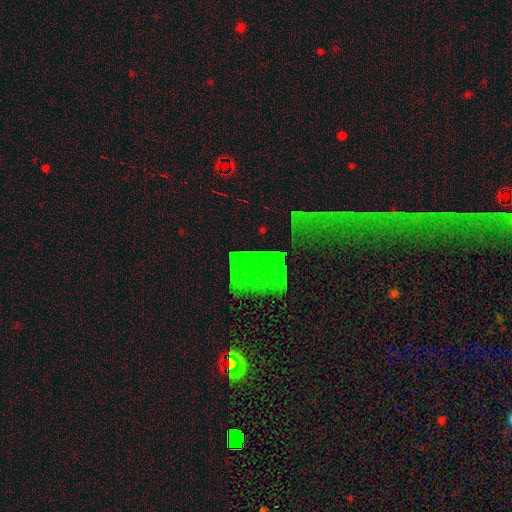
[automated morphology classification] Q: Smooth or featured?
A: star or artifact (75%); runner-up: smooth (14%)